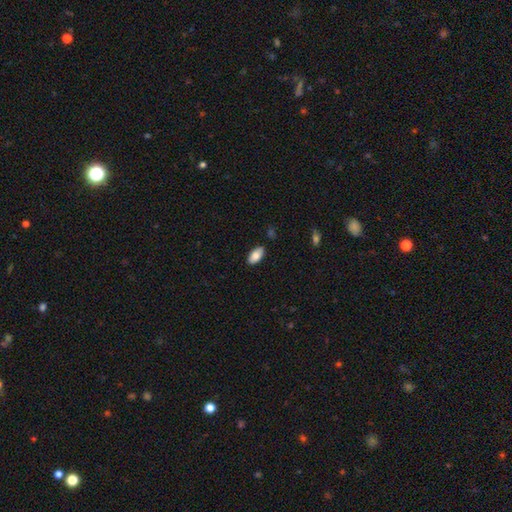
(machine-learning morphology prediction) smooth_or_featured: smooth (p=0.81) [alt: featured or disk p=0.13]
how_rounded: in between (p=0.94) [alt: cigar-shaped p=0.04]
merging: none (p=0.86) [alt: minor disturbance p=0.10]